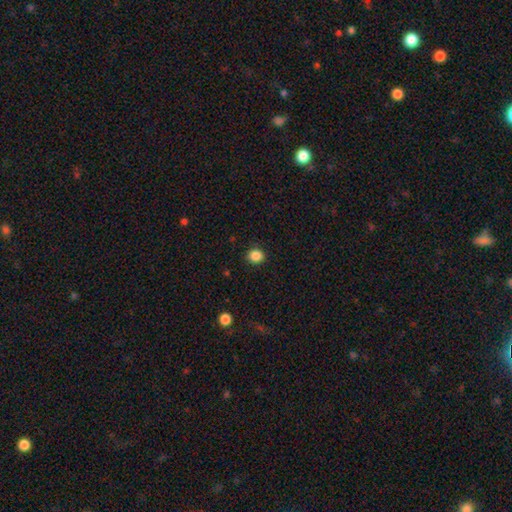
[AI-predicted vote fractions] A smooth galaxy with no disk features (87%) that is round (79%).

Vote fractions:
- Smooth or featured? smooth: 87% / star or artifact: 11% / featured or disk: 3%
- How rounded? round: 79% / in between: 20% / cigar-shaped: 1%
- Merging? none: 90% / minor disturbance: 7% / major disturbance: 2% / merger: 1%